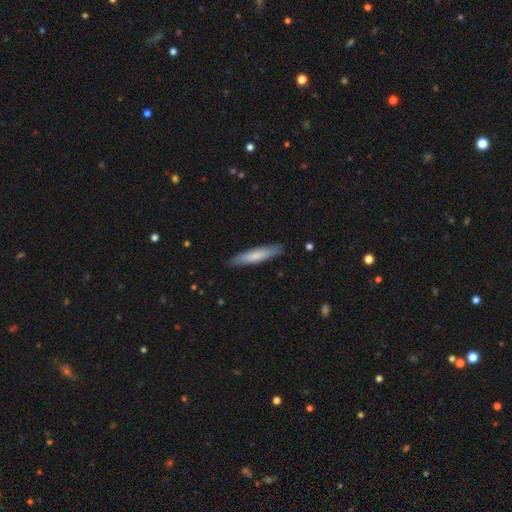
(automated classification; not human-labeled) This appears to be a smooth galaxy with no disk features (71%) that is cigar-shaped (88%). Merging: none (88%).